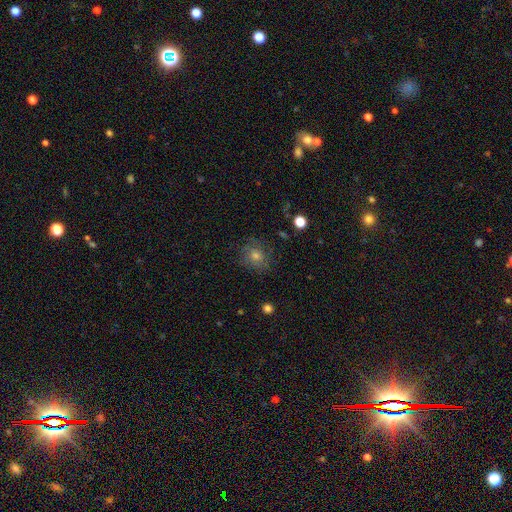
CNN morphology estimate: type=smooth (48%); merging=none (78%).